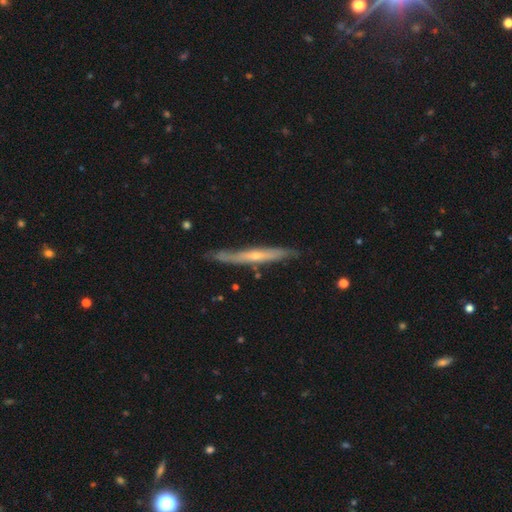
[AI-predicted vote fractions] Morphology: type=featured or disk (69%); edge-on=yes (91%); edge-on bulge=rounded (62%); merging=none (79%).